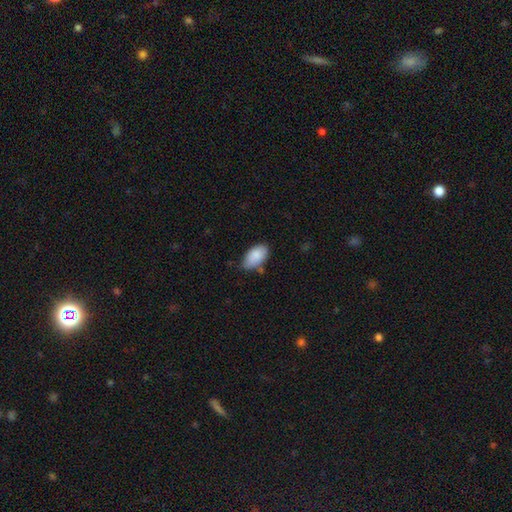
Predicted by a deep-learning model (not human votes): Q: Smooth or featured?
A: smooth (86%); runner-up: featured or disk (7%)
Q: How rounded?
A: in between (94%); runner-up: round (4%)
Q: Merging?
A: none (59%); runner-up: minor disturbance (31%)